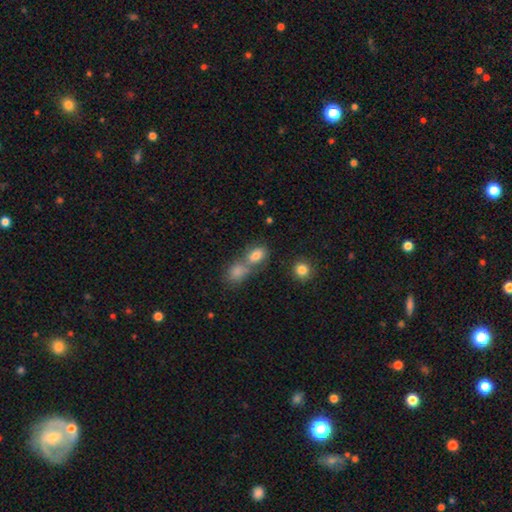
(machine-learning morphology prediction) smooth_or_featured: smooth (p=0.80) [alt: star or artifact p=0.11]
how_rounded: in between (p=0.77) [alt: round p=0.21]
merging: merger (p=0.52) [alt: none p=0.35]